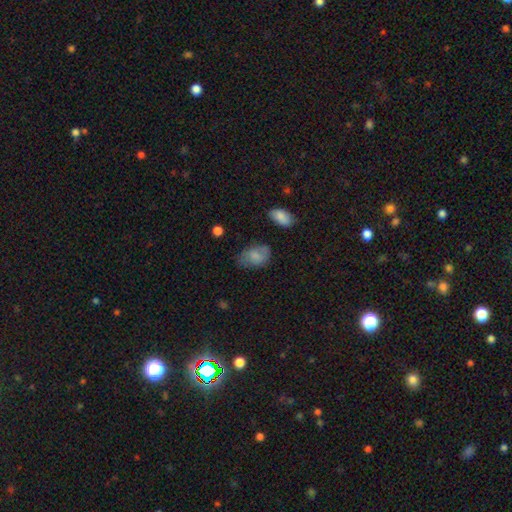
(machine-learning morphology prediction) A smooth galaxy with no disk features (75%) that is in between round and cigar-shaped (87%). Merging: none (58%).